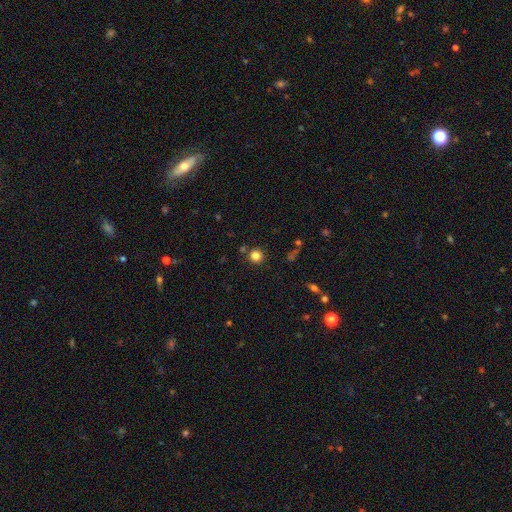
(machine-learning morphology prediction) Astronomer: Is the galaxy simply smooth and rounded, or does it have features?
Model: smooth — 81%.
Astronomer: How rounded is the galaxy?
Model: round — 94%.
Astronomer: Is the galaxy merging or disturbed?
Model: none — 85%.